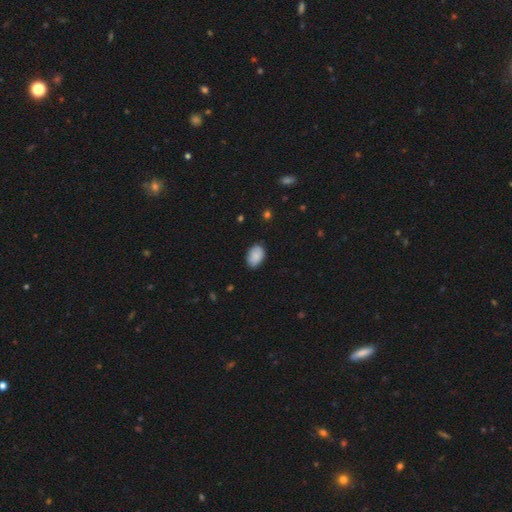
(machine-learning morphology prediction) Q: Smooth or featured?
A: smooth (86%); runner-up: featured or disk (7%)
Q: How rounded?
A: in between (89%); runner-up: round (10%)
Q: Merging?
A: none (81%); runner-up: minor disturbance (15%)